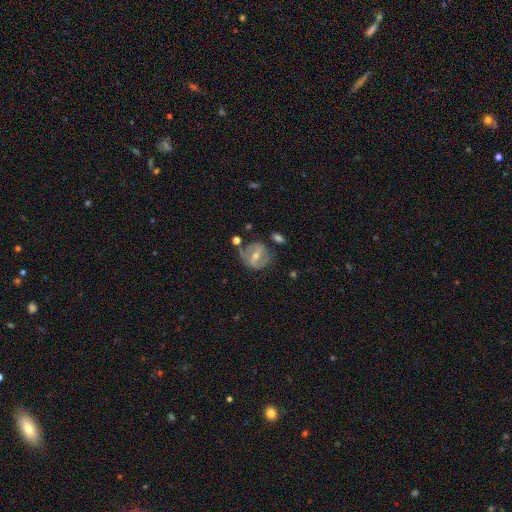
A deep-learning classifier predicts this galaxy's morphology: Overall: featured or disk (62%; smooth 29%). Edge-on disk: no (93%). Bar: strong (41%; weak 38%). Spiral arms: no (50%, tied with yes). Bulge size: moderate (52%; small 44%). Merging: none (69%).